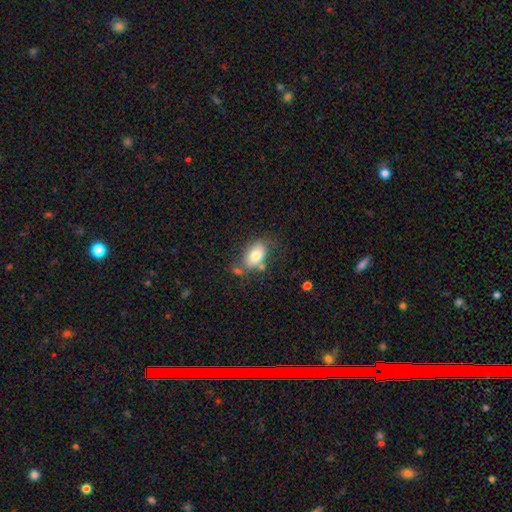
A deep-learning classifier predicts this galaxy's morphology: A smooth galaxy with no disk features (77%) that is in between round and cigar-shaped (89%). Merging: none (57%).